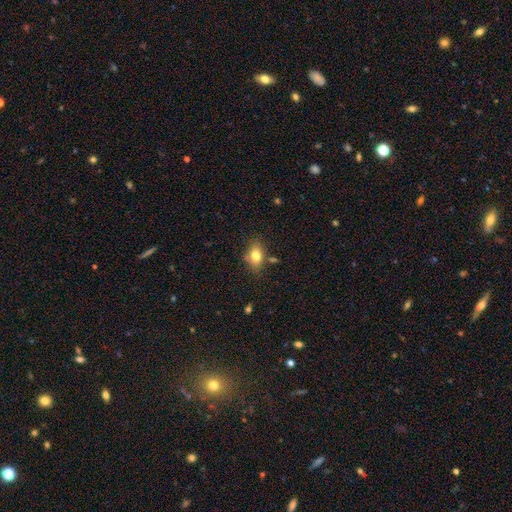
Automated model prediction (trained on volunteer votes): Morphology: type=smooth (78%); roundness=in between (82%); merging=none (72%).